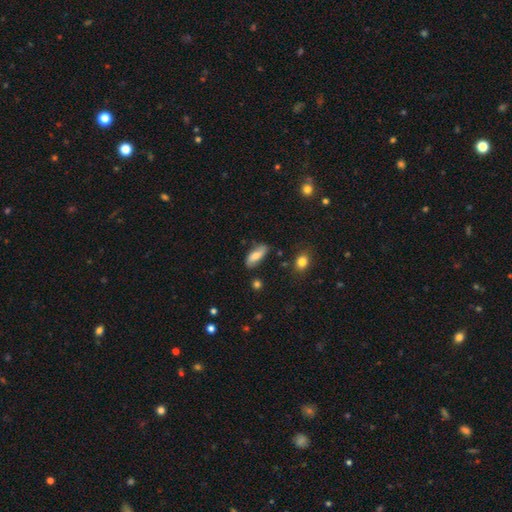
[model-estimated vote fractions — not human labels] smooth-or-featured: smooth: 69% | featured or disk: 24% | star or artifact: 7%
  how-rounded: in between: 78% | cigar-shaped: 19% | round: 3%
  merging: none: 71% | minor disturbance: 21% | major disturbance: 5% | merger: 3%